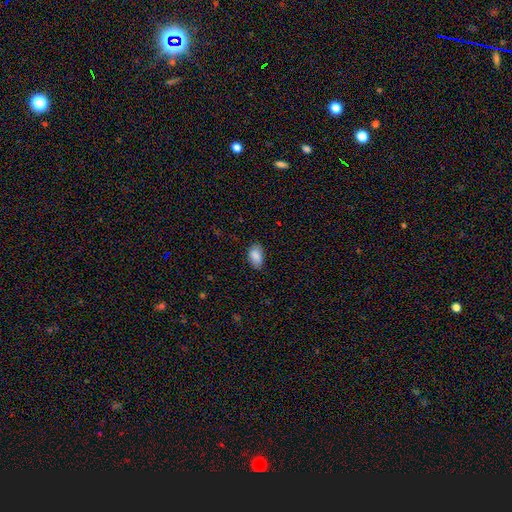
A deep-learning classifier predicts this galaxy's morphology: Smooth or featured: smooth — 87% (star or artifact — 7%)
How rounded: in between — 92% (round — 6%)
Merging: none — 80% (minor disturbance — 16%)